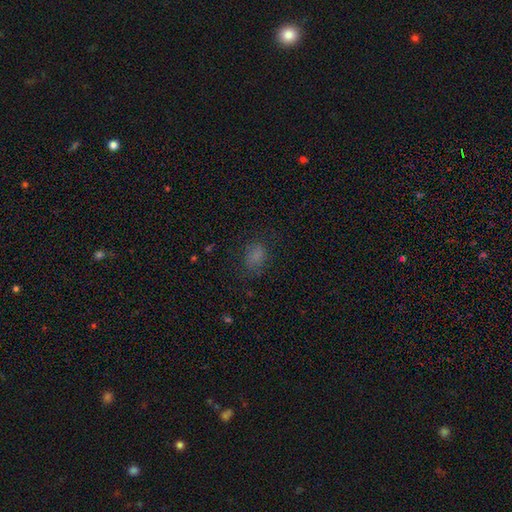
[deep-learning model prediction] Overall: smooth (74%). How rounded: in between (71%). Merging: none (69%).